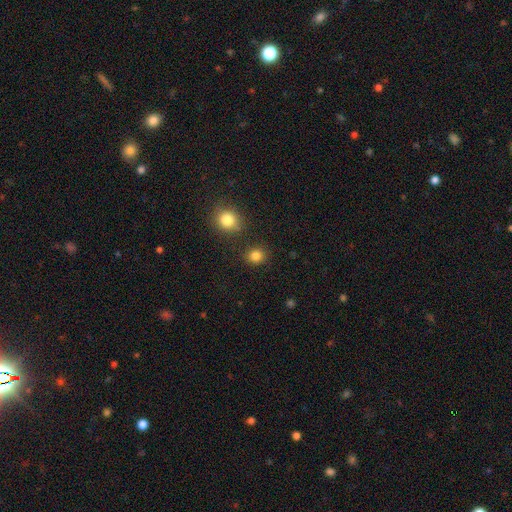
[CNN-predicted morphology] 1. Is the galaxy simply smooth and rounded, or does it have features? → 83% smooth, 12% star or artifact, 4% featured or disk.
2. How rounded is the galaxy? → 86% round, 13% in between, 1% cigar-shaped.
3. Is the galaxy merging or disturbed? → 86% none, 7% minor disturbance, 4% merger, 3% major disturbance.